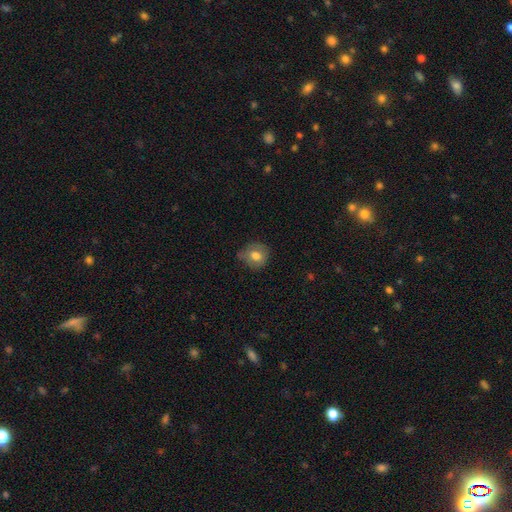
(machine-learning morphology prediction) The model was most divided on "merging": none: 68%, minor disturbance: 24%, major disturbance: 6%, merger: 2%. More confident: how rounded — round (79%); smooth or featured — smooth (76%).